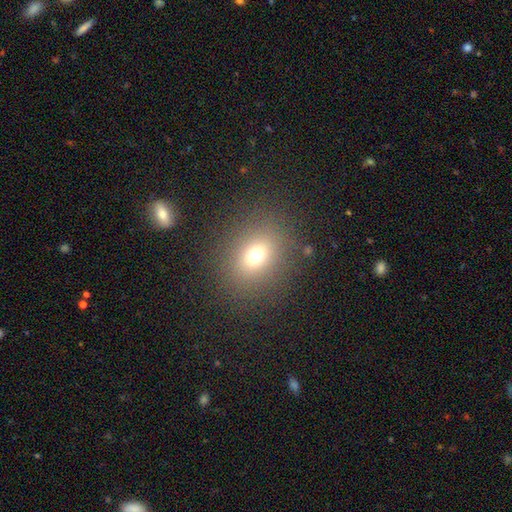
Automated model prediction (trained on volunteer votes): smooth-or-featured: smooth: 69% | star or artifact: 19% | featured or disk: 12%
  how-rounded: round: 58% | in between: 41% | cigar-shaped: 1%
  merging: none: 86% | minor disturbance: 8% | major disturbance: 5% | merger: 1%